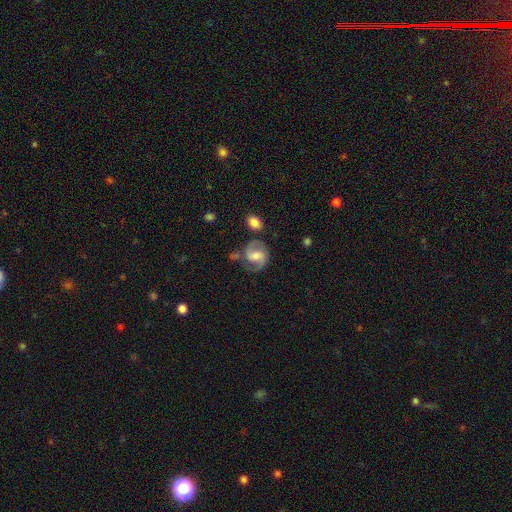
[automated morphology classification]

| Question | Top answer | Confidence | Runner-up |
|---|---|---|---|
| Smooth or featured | featured or disk | 77% | smooth (17%) |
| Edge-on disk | no | 98% | yes (2%) |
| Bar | weak | 50% | no (29%) |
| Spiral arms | yes | 94% | no (6%) |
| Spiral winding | medium | 54% | tight (24%) |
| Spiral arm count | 2 | 88% | can't tell (5%) |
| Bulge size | moderate | 56% | small (28%) |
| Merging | none | 65% | minor disturbance (19%) |